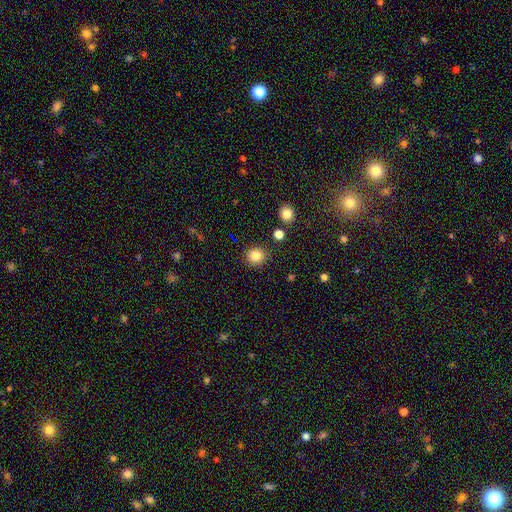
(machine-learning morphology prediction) smooth 84%, star or artifact 11%, featured or disk 5%. Down the decision tree: how rounded — round (89%); merging — none (89%).